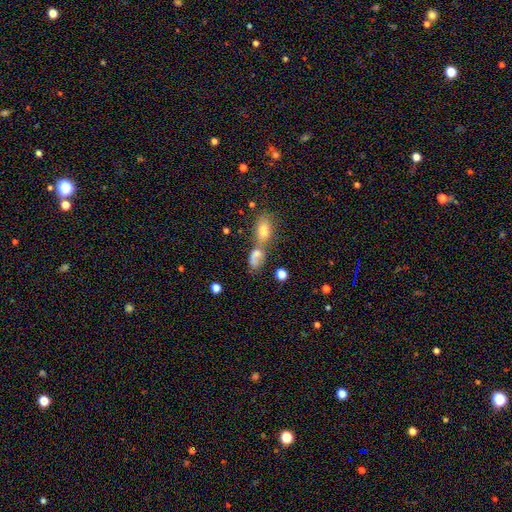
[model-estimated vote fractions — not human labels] Smooth or featured? Predicted: smooth (p=0.67). How rounded? Predicted: in between (p=0.74). Merging? Predicted: merger (p=0.61).